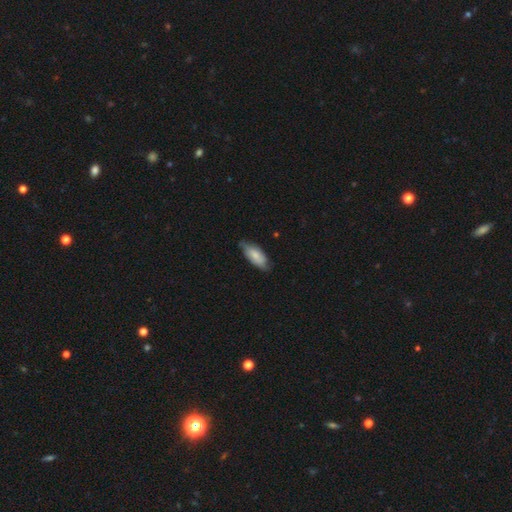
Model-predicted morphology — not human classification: smooth-or-featured: smooth: 73% | featured or disk: 21% | star or artifact: 6%
  how-rounded: in between: 81% | cigar-shaped: 17% | round: 2%
  merging: none: 65% | minor disturbance: 29% | major disturbance: 4% | merger: 1%